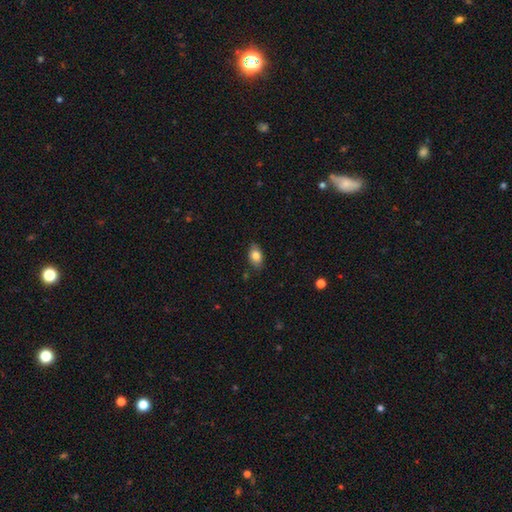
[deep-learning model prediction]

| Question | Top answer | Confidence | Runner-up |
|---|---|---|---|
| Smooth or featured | smooth | 82% | featured or disk (10%) |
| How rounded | in between | 86% | round (12%) |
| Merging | none | 80% | minor disturbance (16%) |